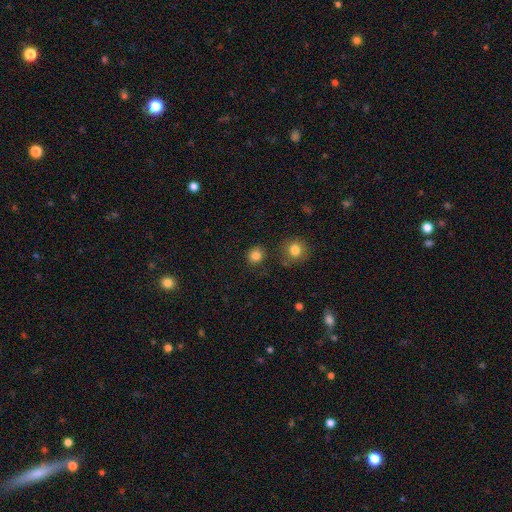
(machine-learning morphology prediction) type=smooth (84%); roundness=round (87%); merging=none (85%).